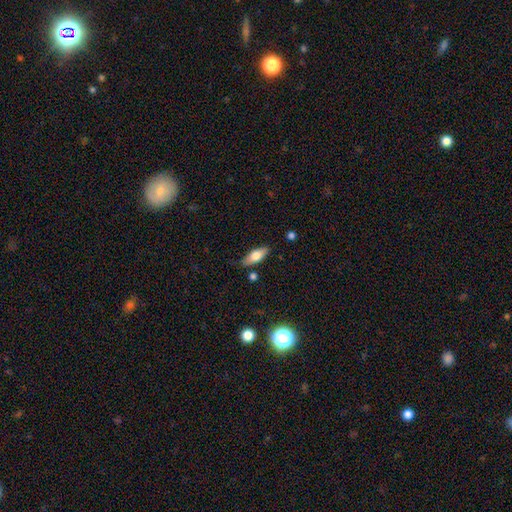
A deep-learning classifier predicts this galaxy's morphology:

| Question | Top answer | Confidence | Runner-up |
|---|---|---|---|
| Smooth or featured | smooth | 68% | featured or disk (25%) |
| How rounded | in between | 74% | cigar-shaped (23%) |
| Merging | none | 83% | minor disturbance (12%) |